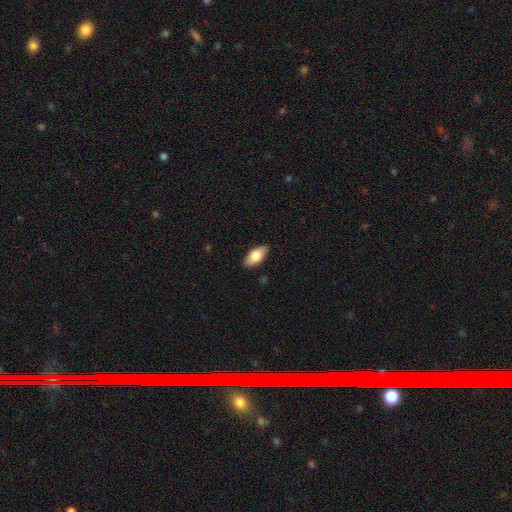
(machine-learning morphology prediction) A smooth galaxy with no disk features (79%) that is in between round and cigar-shaped (89%).

Vote fractions:
- Smooth or featured? smooth: 79% / featured or disk: 15% / star or artifact: 6%
- How rounded? in between: 89% / cigar-shaped: 8% / round: 3%
- Merging? none: 88% / minor disturbance: 9% / major disturbance: 2% / merger: 1%